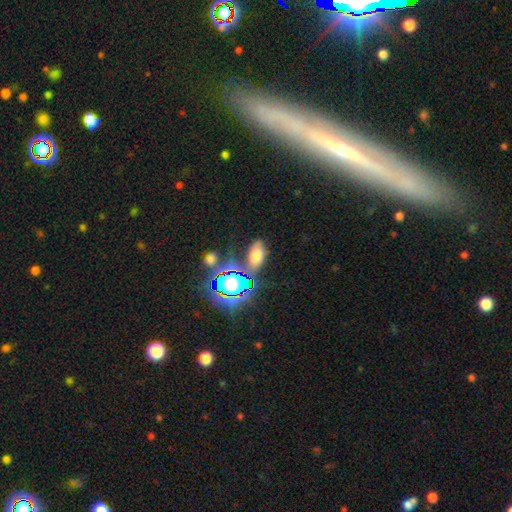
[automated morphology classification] smooth 57%, star or artifact 26%, featured or disk 17%. Down the decision tree: how rounded — in between (88%); merging — none (60%).